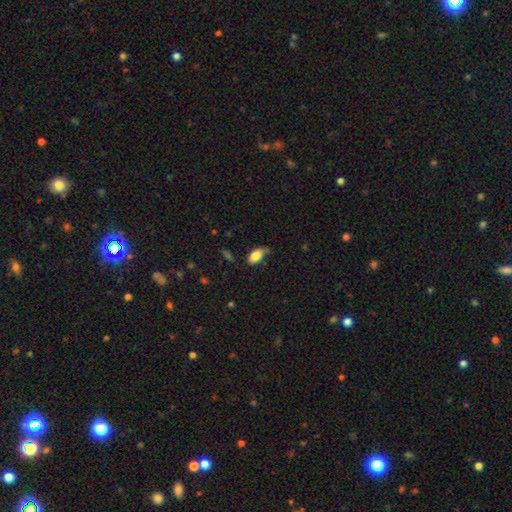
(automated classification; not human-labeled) This appears to be a smooth galaxy with no disk features (82%) that is in between round and cigar-shaped (92%). Merging: none (62%).